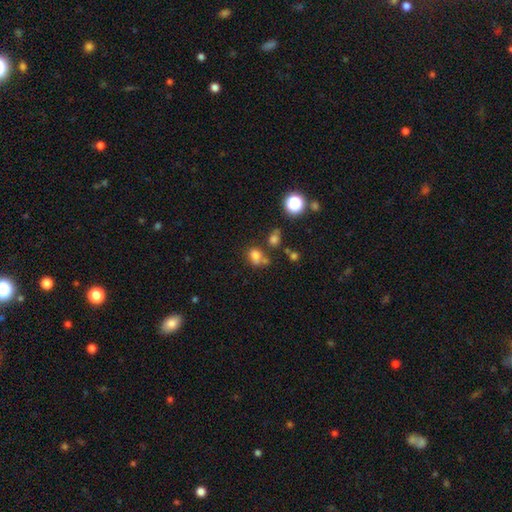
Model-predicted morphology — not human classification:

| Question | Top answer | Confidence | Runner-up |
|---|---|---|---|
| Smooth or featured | smooth | 71% | star or artifact (18%) |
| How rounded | round | 56% | in between (43%) |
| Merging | none | 44% | merger (33%) |